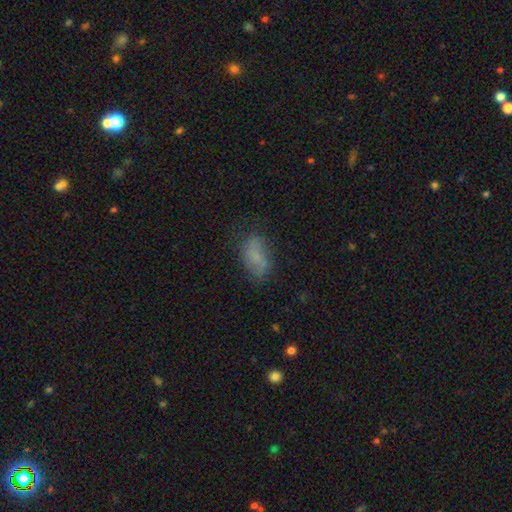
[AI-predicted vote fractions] smooth_or_featured: smooth (p=0.60) [alt: featured or disk p=0.28]
how_rounded: in between (p=0.89) [alt: round p=0.06]
merging: none (p=0.57) [alt: minor disturbance p=0.25]